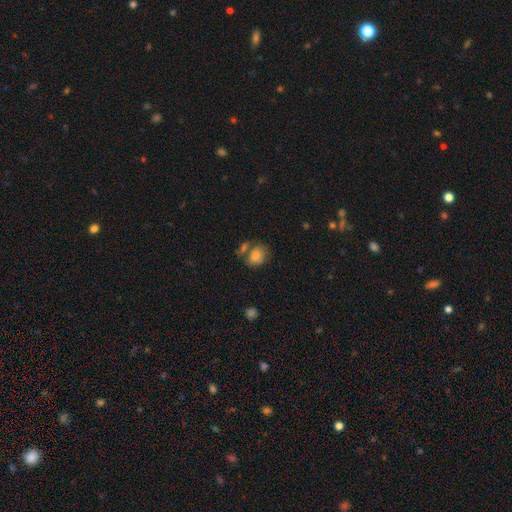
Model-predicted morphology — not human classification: This appears to be a smooth galaxy with no disk features (75%) that is in between round and cigar-shaped (50%). Merging: none (48%).